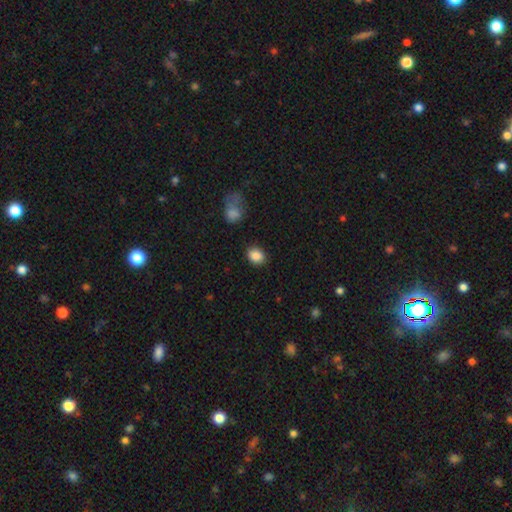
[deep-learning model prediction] This is clearly a smooth galaxy (87%). How rounded: possibly in between (51%). Merging: clearly none (85%).